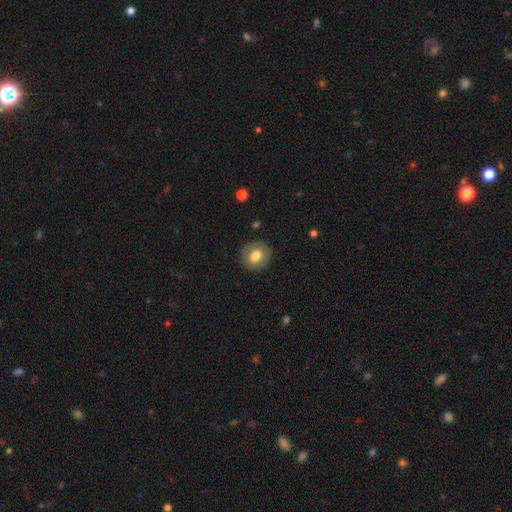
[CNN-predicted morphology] A smooth galaxy with no disk features (73%) that is round (80%).

Vote fractions:
- Smooth or featured? smooth: 73% / featured or disk: 20% / star or artifact: 8%
- How rounded? round: 80% / in between: 19% / cigar-shaped: 1%
- Merging? none: 88% / minor disturbance: 8% / major disturbance: 3% / merger: 1%